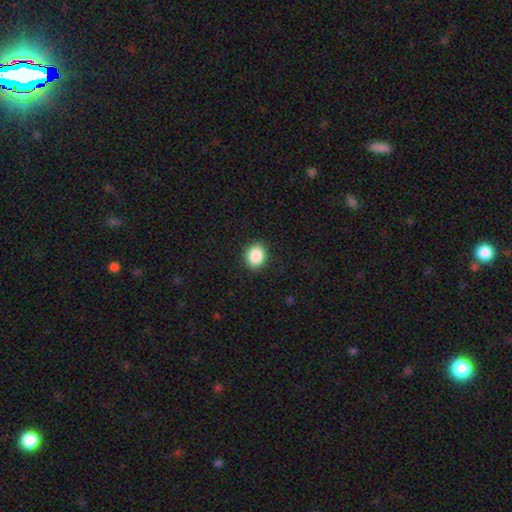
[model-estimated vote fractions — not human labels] Smooth or featured? smooth (88%)
How rounded? round (60%)
Merging? none (90%)